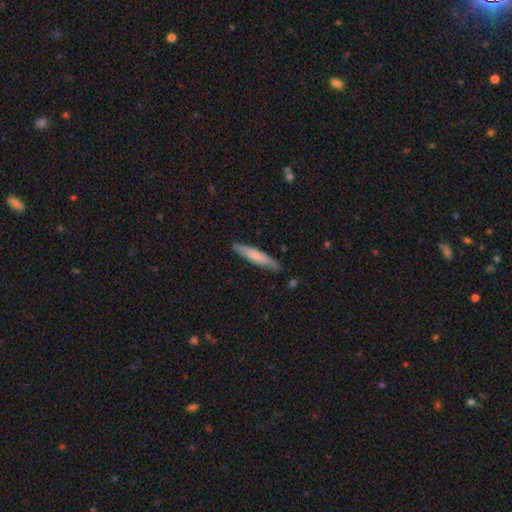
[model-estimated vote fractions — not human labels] A smooth galaxy with no disk features (69%) that is cigar-shaped (90%). Merging: none (86%).